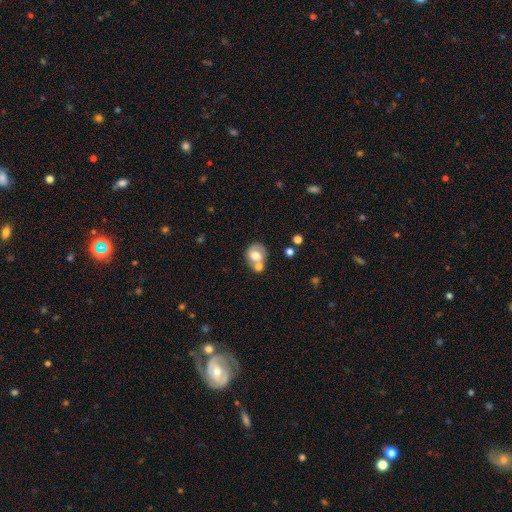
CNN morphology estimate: smooth_or_featured: smooth (p=0.60) [alt: featured or disk p=0.32]
how_rounded: round (p=0.65) [alt: in between p=0.34]
merging: merger (p=0.51) [alt: none p=0.30]